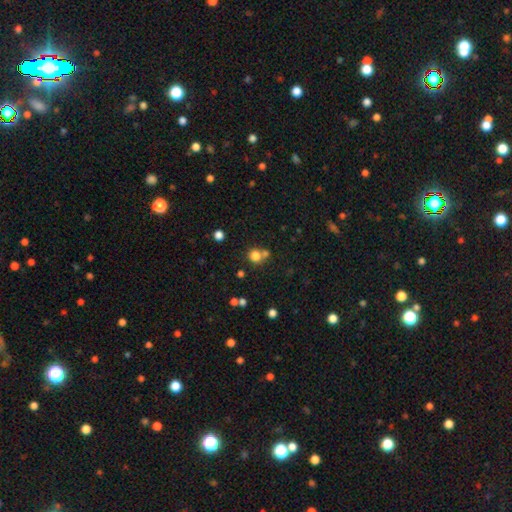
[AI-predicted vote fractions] A smooth galaxy with no disk features (79%) that is round (86%).

Vote fractions:
- Smooth or featured? smooth: 79% / star or artifact: 14% / featured or disk: 7%
- How rounded? round: 86% / in between: 13% / cigar-shaped: 1%
- Merging? none: 58% / merger: 31% / minor disturbance: 8% / major disturbance: 3%